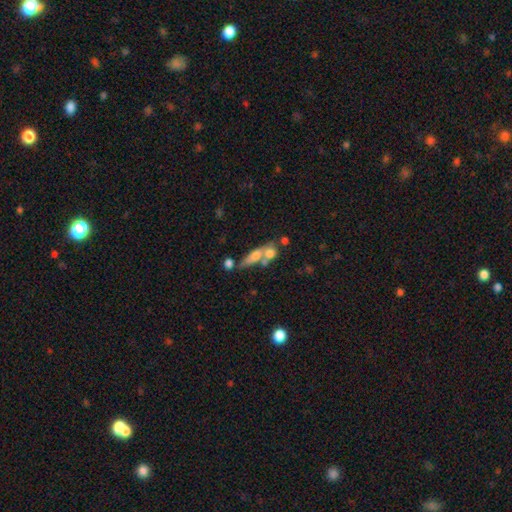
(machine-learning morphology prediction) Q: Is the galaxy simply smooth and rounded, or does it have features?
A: smooth — 59%.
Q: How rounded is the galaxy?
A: cigar-shaped — 48%.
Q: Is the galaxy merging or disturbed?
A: merger — 43%.